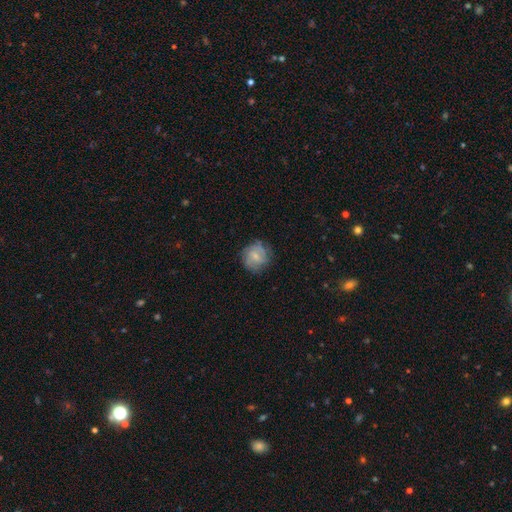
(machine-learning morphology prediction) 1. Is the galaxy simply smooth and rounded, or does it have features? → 51% smooth, 41% featured or disk, 8% star or artifact.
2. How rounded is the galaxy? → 85% round, 14% in between, 1% cigar-shaped.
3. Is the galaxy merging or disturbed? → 75% none, 18% minor disturbance, 6% major disturbance, 1% merger.